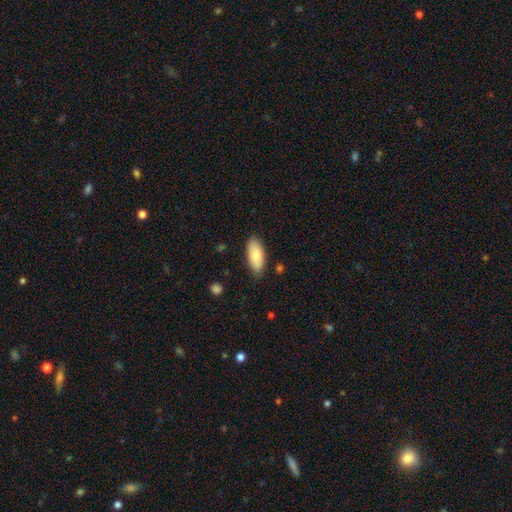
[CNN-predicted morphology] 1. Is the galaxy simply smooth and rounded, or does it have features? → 79% smooth, 15% featured or disk, 6% star or artifact.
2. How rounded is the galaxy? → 88% in between, 10% cigar-shaped, 2% round.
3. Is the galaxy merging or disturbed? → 81% none, 15% minor disturbance, 2% major disturbance, 1% merger.